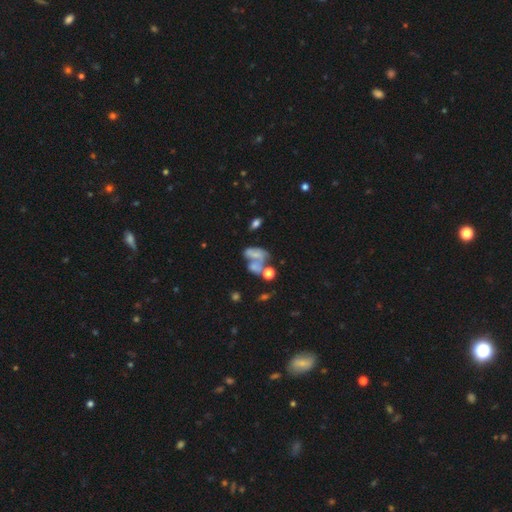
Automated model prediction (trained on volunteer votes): smooth_or_featured: smooth (p=0.43) [alt: featured or disk p=0.40]
merging: merger (p=0.46) [alt: none p=0.22]